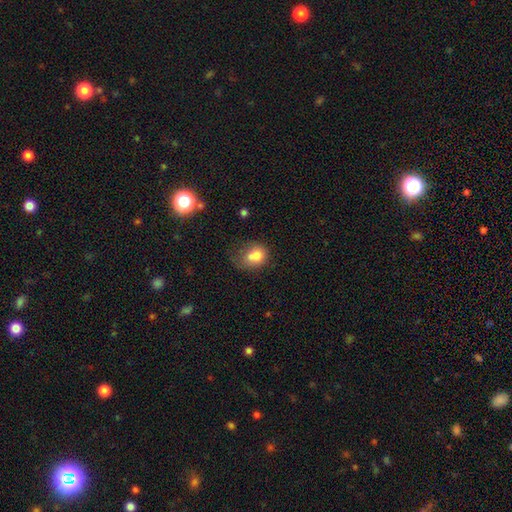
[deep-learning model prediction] smooth_or_featured: smooth (p=0.73) [alt: featured or disk p=0.17]
how_rounded: round (p=0.51) [alt: in between p=0.48]
merging: merger (p=0.42) [alt: none p=0.25]